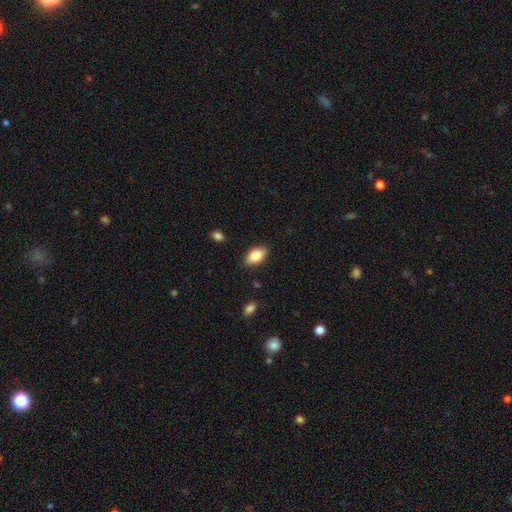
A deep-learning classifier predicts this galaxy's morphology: smooth-or-featured: smooth: 86% | featured or disk: 7% | star or artifact: 7%
  how-rounded: in between: 93% | round: 5% | cigar-shaped: 2%
  merging: none: 86% | minor disturbance: 10% | major disturbance: 2% | merger: 1%